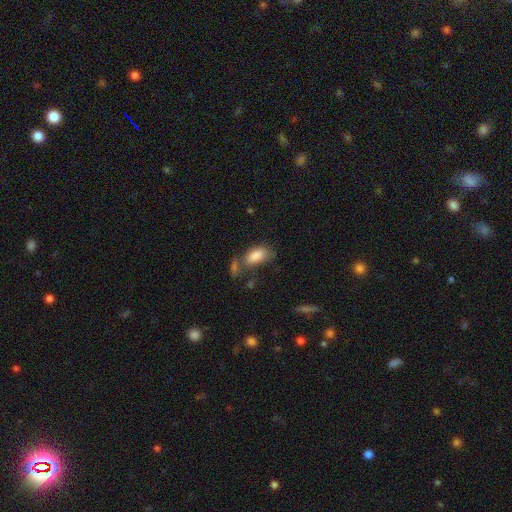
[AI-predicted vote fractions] Morphology: type=smooth (84%); roundness=in between (91%); merging=none (46%).